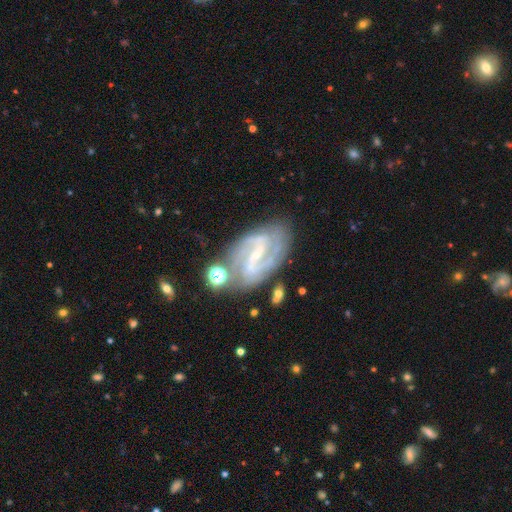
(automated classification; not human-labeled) Smooth or featured? featured or disk (88%)
Edge-on disk? no (96%)
Bar? strong (46%)
Spiral arms? yes (97%)
Spiral winding? medium (48%)
Spiral arm count? 2 (73%)
Bulge size? small (77%)
Merging? none (71%)